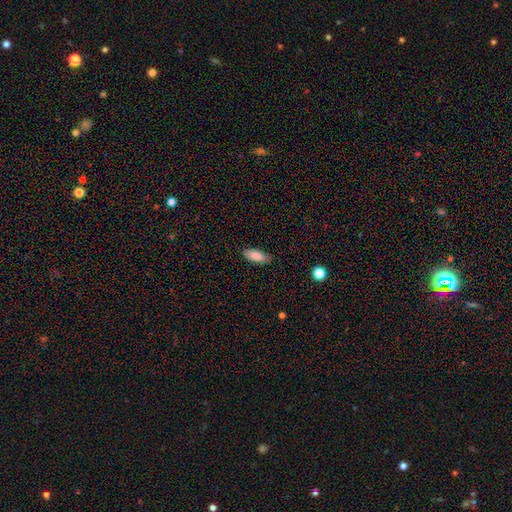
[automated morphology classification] A smooth galaxy with no disk features (87%) that is in between round and cigar-shaped (81%). Merging: none (78%).